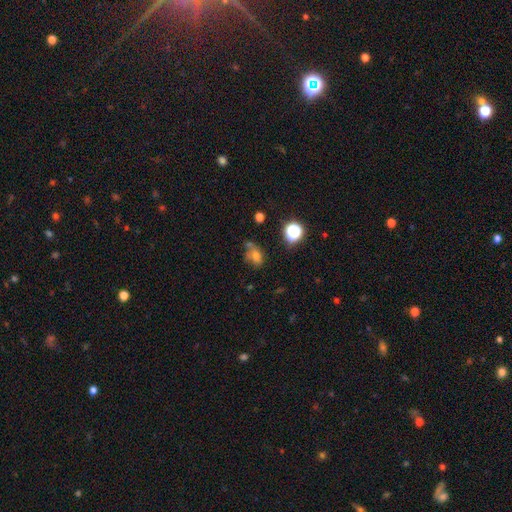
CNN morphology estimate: A smooth galaxy with no disk features (63%) that is in between round and cigar-shaped (62%). Merging: none (45%).